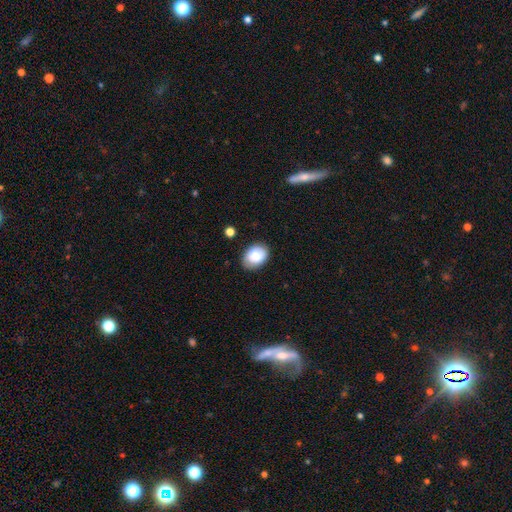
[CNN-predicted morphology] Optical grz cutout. It shows a smooth galaxy with no disk features (79%) that is in between round and cigar-shaped (77%). Merging: none (77%).